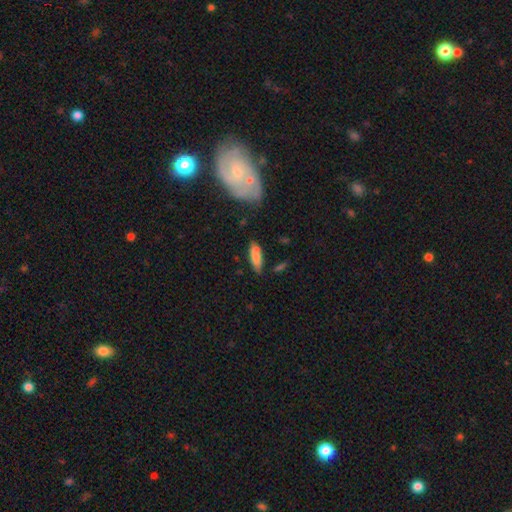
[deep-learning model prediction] Smooth or featured? smooth (82%)
How rounded? in between (54%)
Merging? none (73%)